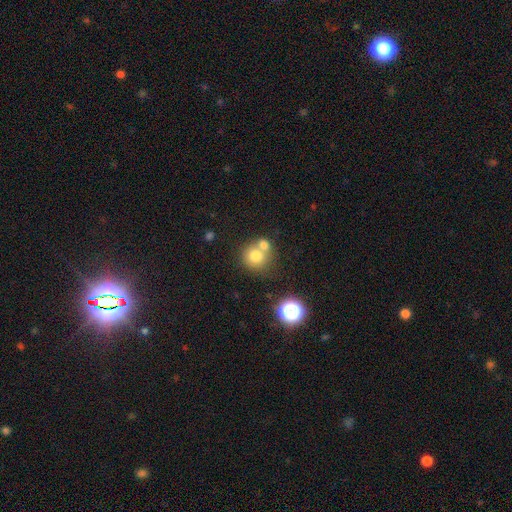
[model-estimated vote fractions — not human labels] Smooth or featured?
  - smooth: 75% *
  - star or artifact: 13%
  - featured or disk: 12%
How rounded?
  - round: 86% *
  - in between: 13%
  - cigar-shaped: 1%
Merging?
  - merger: 45% *
  - none: 44%
  - minor disturbance: 8%
  - major disturbance: 3%